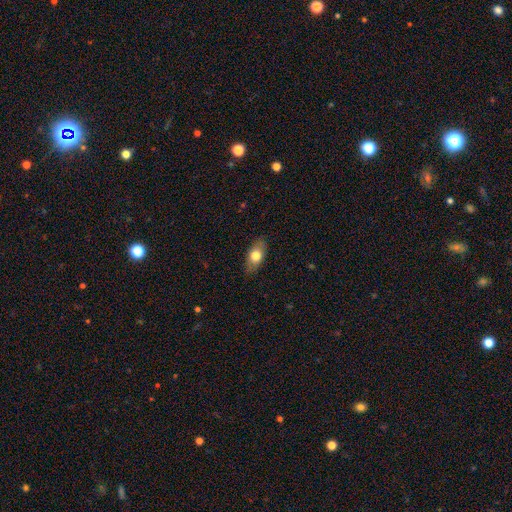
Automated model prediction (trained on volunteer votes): Morphology: type=smooth (73%); roundness=in between (86%); merging=none (84%).